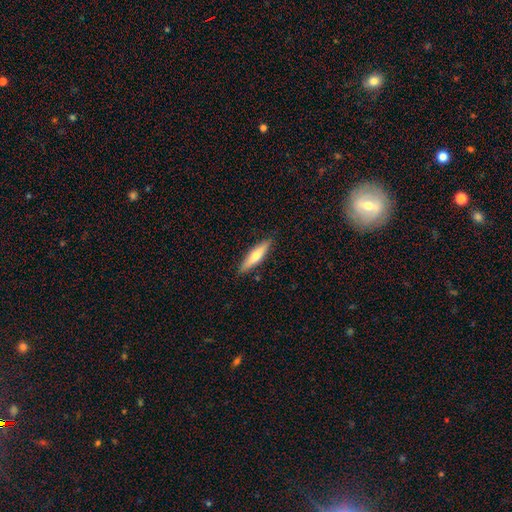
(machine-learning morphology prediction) type=smooth (58%); roundness=cigar-shaped (82%); merging=none (89%).